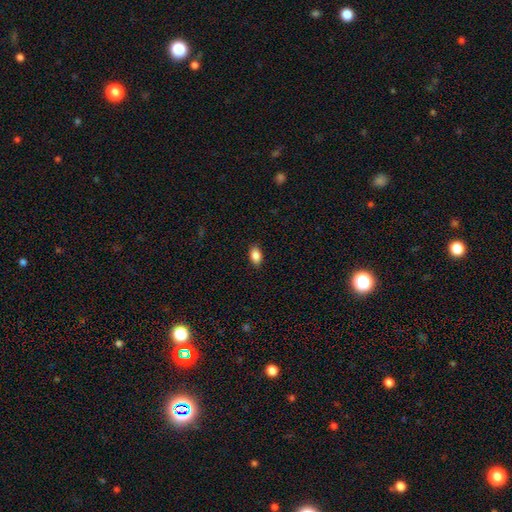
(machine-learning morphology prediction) This appears to be a smooth galaxy with no disk features (88%) that is in between round and cigar-shaped (90%). Merging: none (88%).